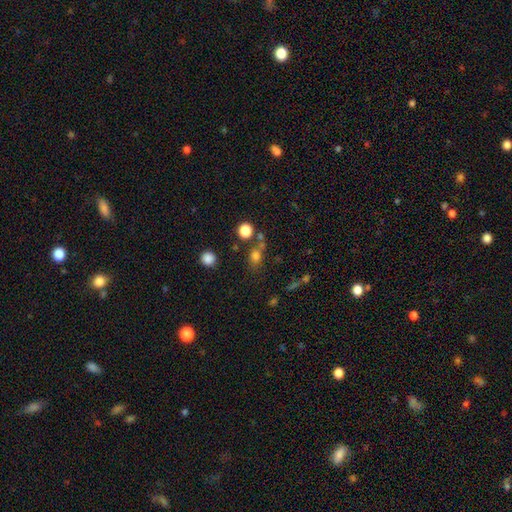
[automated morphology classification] This appears to be a smooth galaxy with no disk features (76%) that is round (57%). Merging: none (61%).